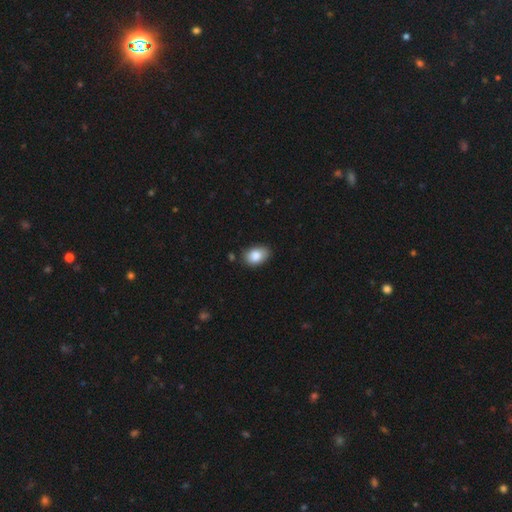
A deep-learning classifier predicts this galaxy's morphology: This appears to be a smooth galaxy with no disk features (86%) that is in between round and cigar-shaped (84%). Merging: none (75%).